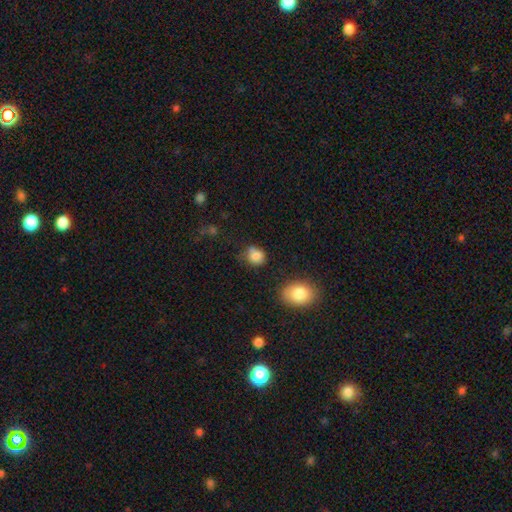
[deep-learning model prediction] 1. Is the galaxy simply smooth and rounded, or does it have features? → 82% smooth, 11% star or artifact, 7% featured or disk.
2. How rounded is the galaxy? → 72% round, 27% in between, 1% cigar-shaped.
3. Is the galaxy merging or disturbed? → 56% none, 23% minor disturbance, 14% merger, 7% major disturbance.